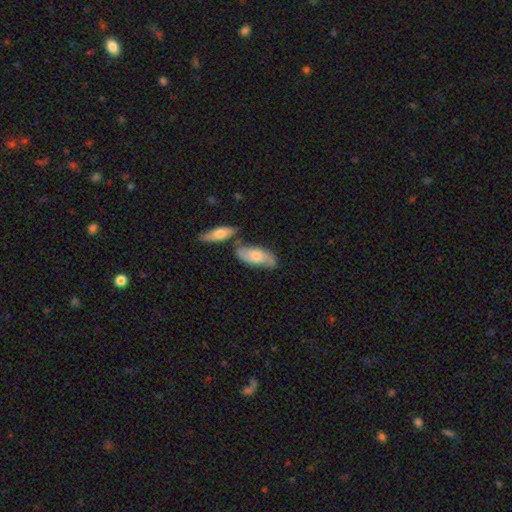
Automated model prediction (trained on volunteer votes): Morphology: type=featured or disk (49%); merging=none (63%).